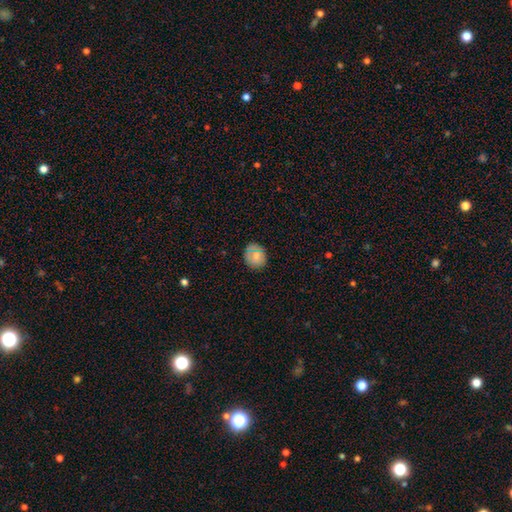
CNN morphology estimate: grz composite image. It shows a smooth galaxy with no disk features (72%) that is round (72%). Merging: none (78%).